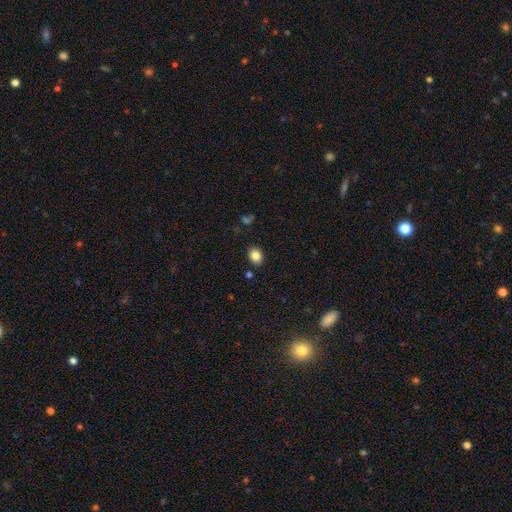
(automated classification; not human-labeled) Morphology: type=smooth (85%); roundness=in between (67%); merging=none (86%).